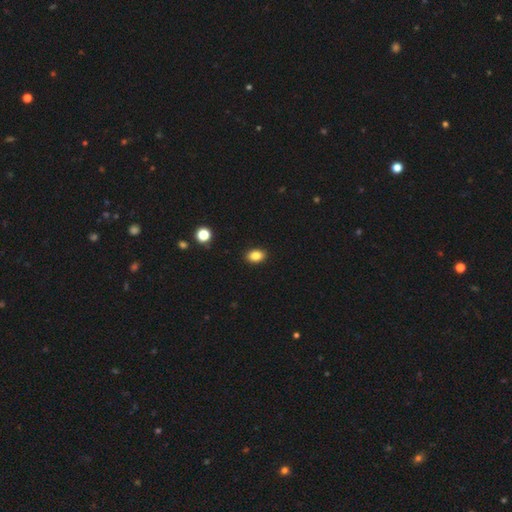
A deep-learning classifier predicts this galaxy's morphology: Q: Smooth or featured?
A: smooth (86%); runner-up: star or artifact (10%)
Q: How rounded?
A: in between (75%); runner-up: round (24%)
Q: Merging?
A: none (90%); runner-up: minor disturbance (7%)